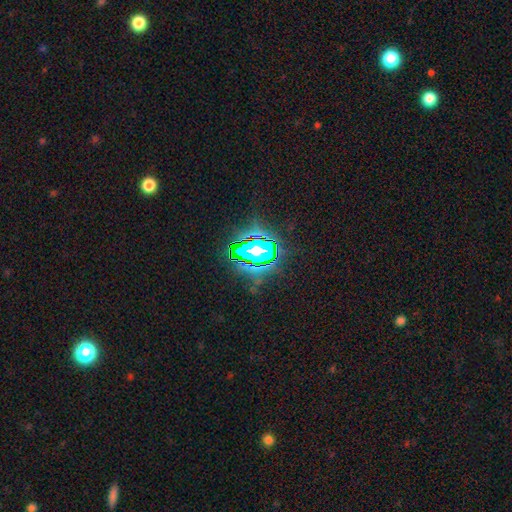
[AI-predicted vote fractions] Smooth or featured? star or artifact (81%)